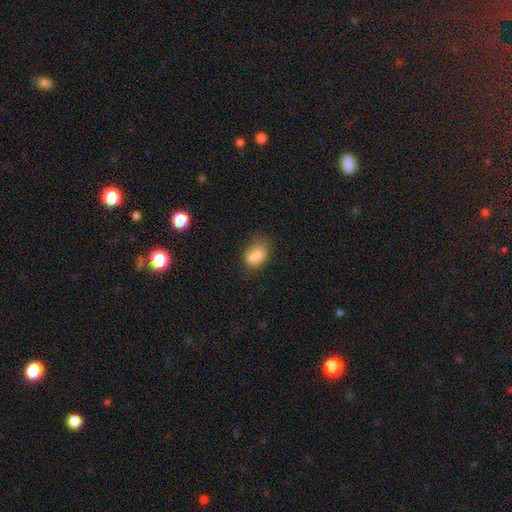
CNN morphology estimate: This appears to be a smooth galaxy with no disk features (73%) that is in between round and cigar-shaped (70%). Merging: merger (38%).